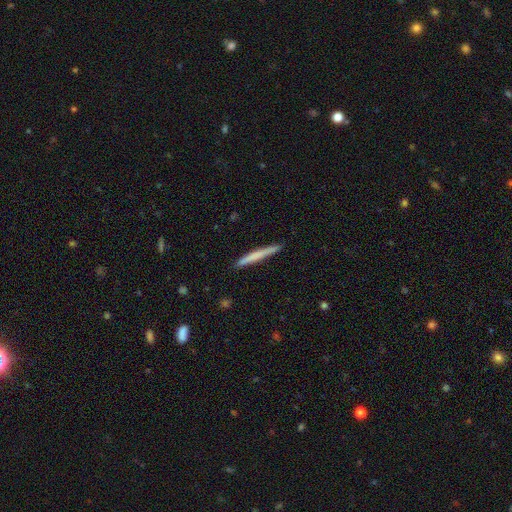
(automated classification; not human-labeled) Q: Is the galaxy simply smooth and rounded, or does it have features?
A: smooth — 63%.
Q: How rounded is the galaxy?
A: cigar-shaped — 97%.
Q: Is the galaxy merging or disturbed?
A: none — 90%.